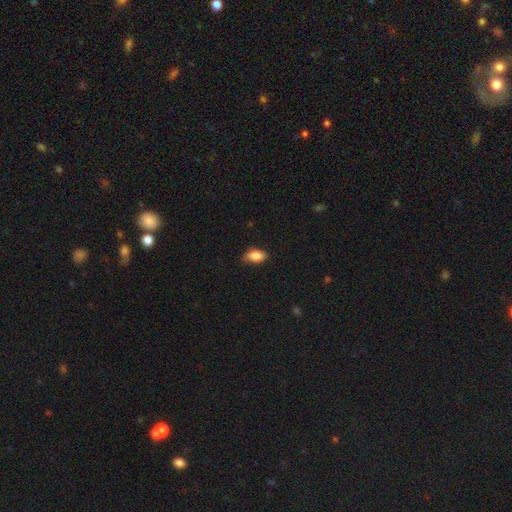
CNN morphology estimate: smooth_or_featured: smooth (p=0.86) [alt: featured or disk p=0.07]
how_rounded: in between (p=0.91) [alt: round p=0.05]
merging: none (p=0.75) [alt: minor disturbance p=0.20]